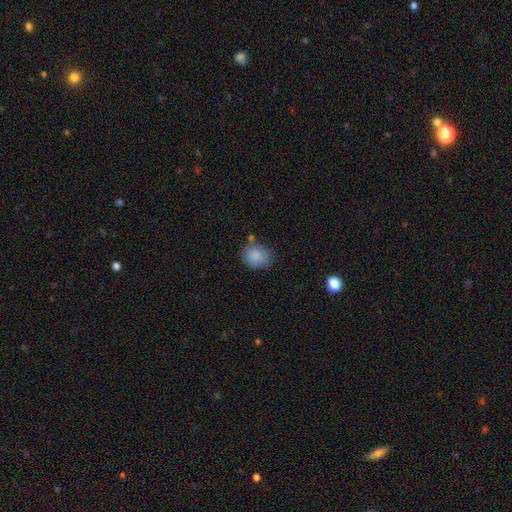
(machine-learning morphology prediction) Smooth or featured? Predicted: smooth (p=0.86). How rounded? Predicted: round (p=0.54). Merging? Predicted: none (p=0.66).